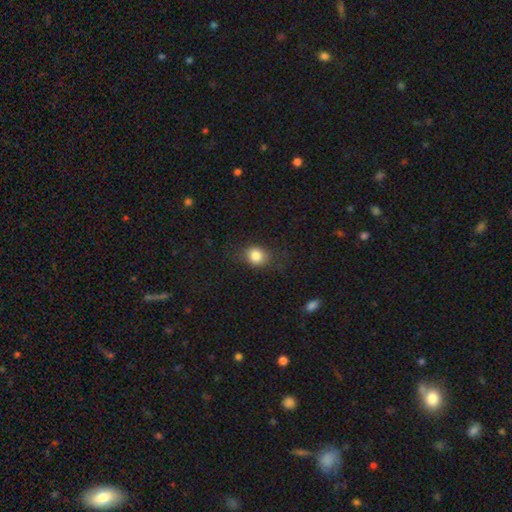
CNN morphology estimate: Smooth or featured?
  - smooth: 82% *
  - star or artifact: 10%
  - featured or disk: 7%
How rounded?
  - round: 64% *
  - in between: 35%
  - cigar-shaped: 1%
Merging?
  - none: 76% *
  - minor disturbance: 16%
  - major disturbance: 7%
  - merger: 1%